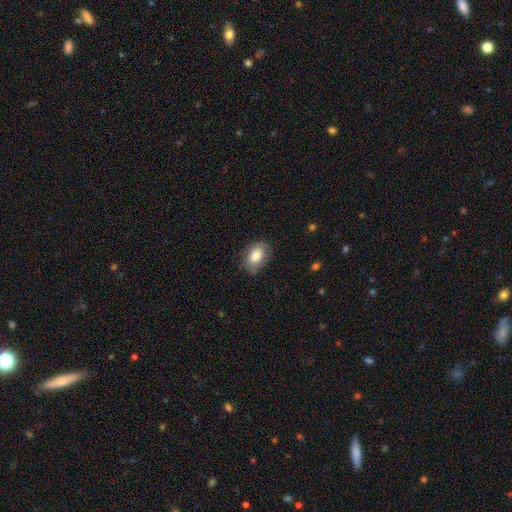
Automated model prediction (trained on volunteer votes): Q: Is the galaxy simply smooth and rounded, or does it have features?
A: smooth — 82%.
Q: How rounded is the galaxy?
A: in between — 86%.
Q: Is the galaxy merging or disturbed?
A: none — 79%.